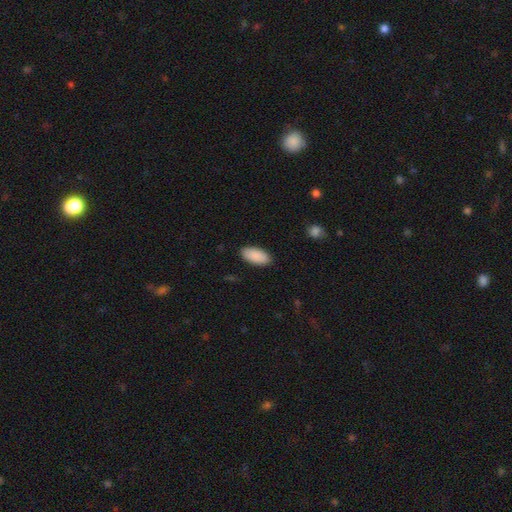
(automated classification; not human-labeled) smooth_or_featured: smooth (p=0.91) [alt: star or artifact p=0.06]
how_rounded: in between (p=0.93) [alt: cigar-shaped p=0.05]
merging: none (p=0.88) [alt: minor disturbance p=0.09]